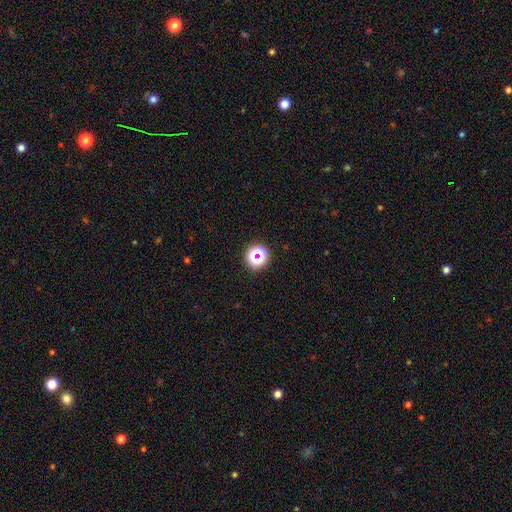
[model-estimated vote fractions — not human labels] Smooth or featured? star or artifact (56%)